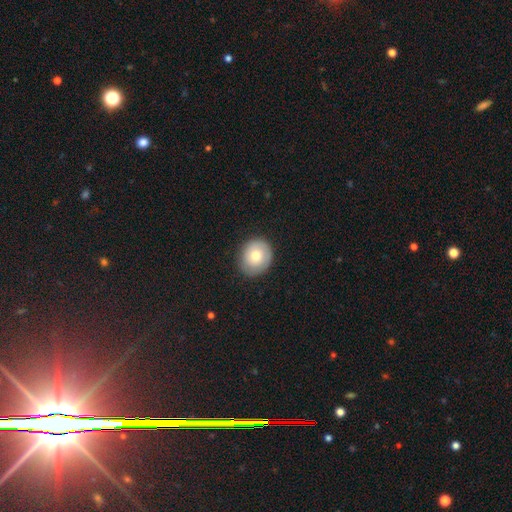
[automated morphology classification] Smooth or featured: smooth — 72% (featured or disk — 20%)
How rounded: round — 75% (in between — 25%)
Merging: none — 84% (minor disturbance — 12%)